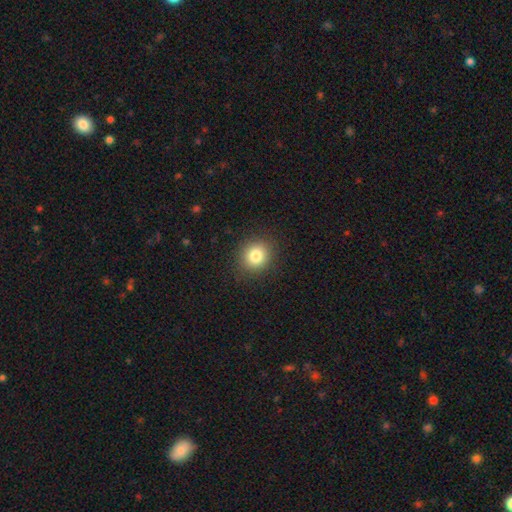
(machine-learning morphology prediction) smooth 82%, star or artifact 11%, featured or disk 7%. Down the decision tree: how rounded — round (81%); merging — none (89%).